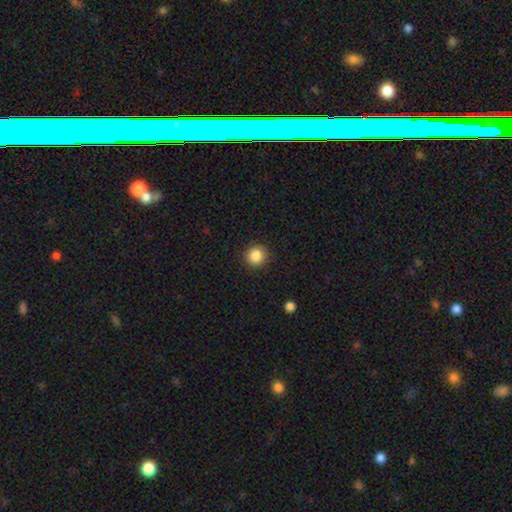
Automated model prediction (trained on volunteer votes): Smooth or featured: smooth — 86% (star or artifact — 10%)
How rounded: round — 94% (in between — 5%)
Merging: none — 92% (minor disturbance — 5%)